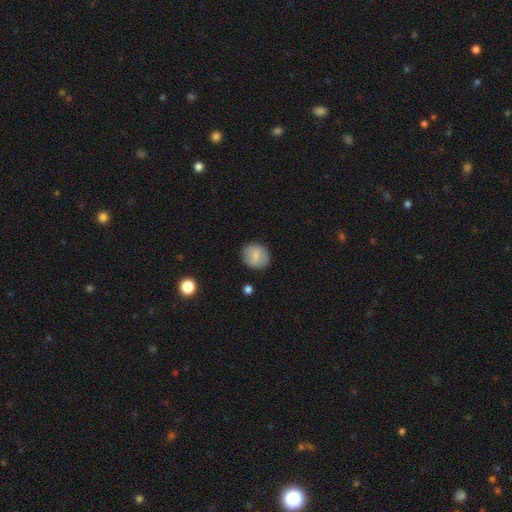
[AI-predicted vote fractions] Smooth or featured? Predicted: smooth (p=0.74). How rounded? Predicted: round (p=0.81). Merging? Predicted: none (p=0.86).